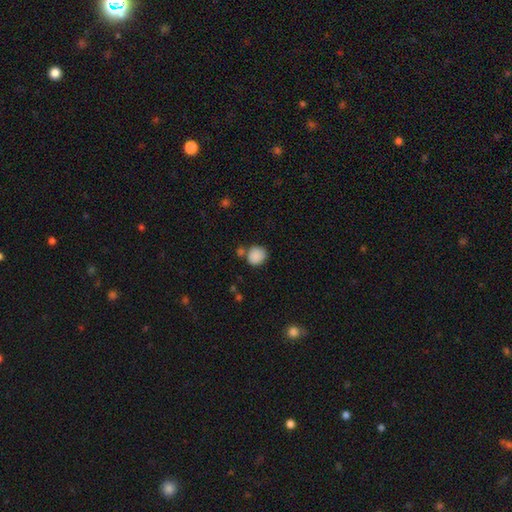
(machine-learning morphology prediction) Q: Smooth or featured?
A: smooth (88%); runner-up: star or artifact (9%)
Q: How rounded?
A: round (74%); runner-up: in between (25%)
Q: Merging?
A: none (67%); runner-up: minor disturbance (14%)